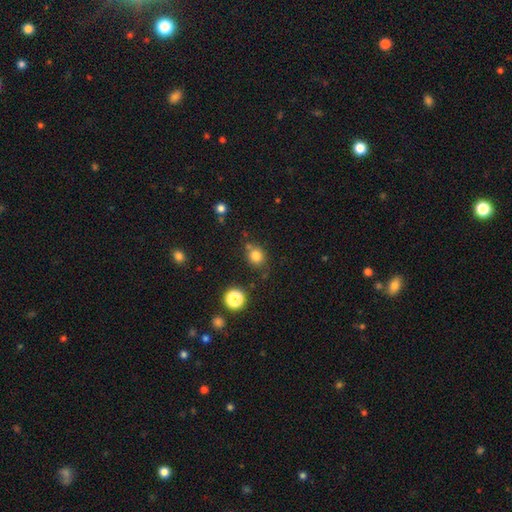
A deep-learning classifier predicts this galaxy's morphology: type=smooth (80%); roundness=round (76%); merging=none (72%).